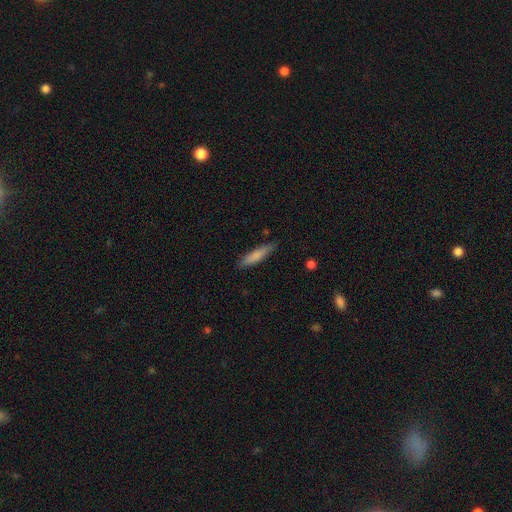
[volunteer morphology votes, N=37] Q: Smooth or featured?
A: smooth (73%); runner-up: featured or disk (19%)
Q: How rounded?
A: cigar-shaped (74%); runner-up: in between (22%)
Q: Merging?
A: none (74%); runner-up: minor disturbance (21%)